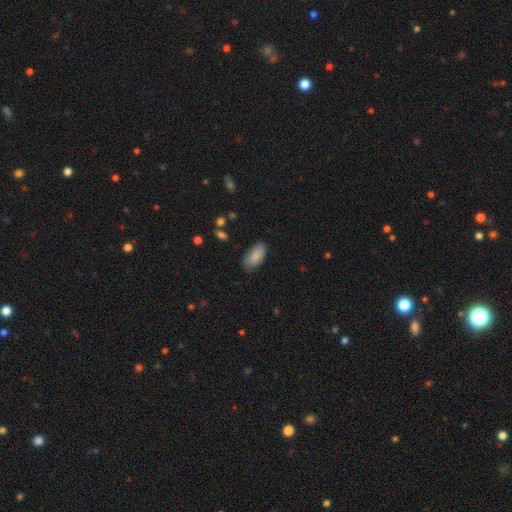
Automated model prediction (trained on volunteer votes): Smooth or featured? Predicted: smooth (p=0.86). How rounded? Predicted: in between (p=0.92). Merging? Predicted: none (p=0.74).